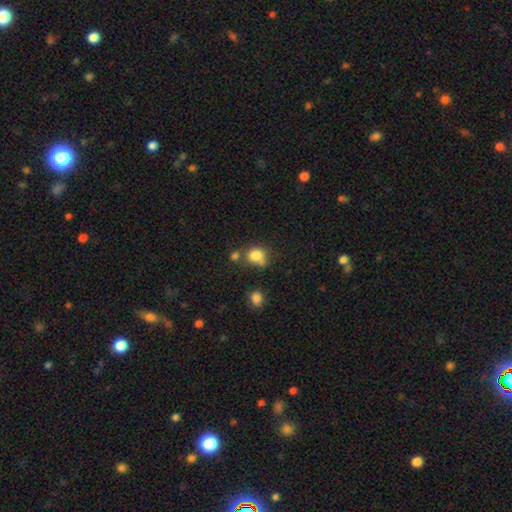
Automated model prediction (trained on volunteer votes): Overall: smooth (80%). How rounded: round (66%; in between 33%). Merging: none (46%; merger 25%).